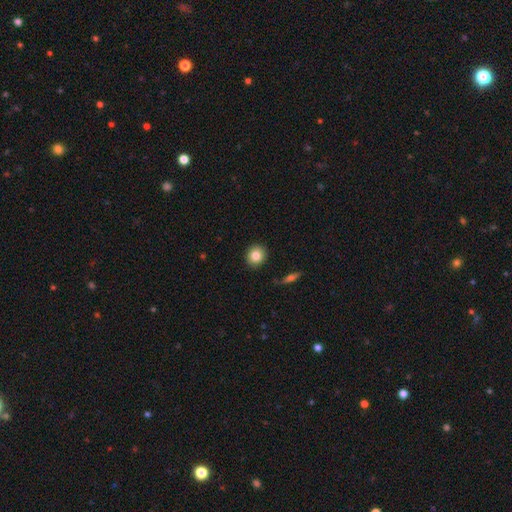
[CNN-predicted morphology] A smooth galaxy with no disk features (83%) that is round (85%). Merging: none (90%).